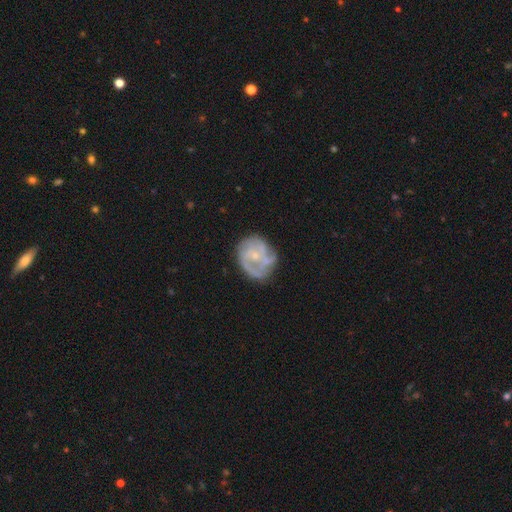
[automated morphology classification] type=featured or disk (72%); edge-on=no (98%); bar=no (71%); spiral arms=yes (76%); winding=tight (42%); arm count=can't tell (34%); bulge=small (67%); merging=none (56%).